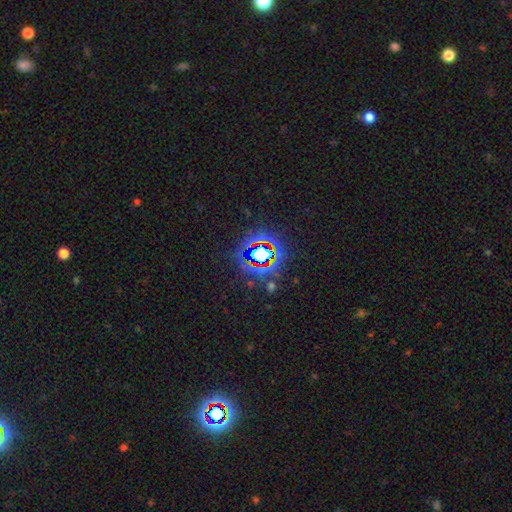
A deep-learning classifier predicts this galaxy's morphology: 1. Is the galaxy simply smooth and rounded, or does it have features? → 78% star or artifact, 12% smooth, 9% featured or disk.